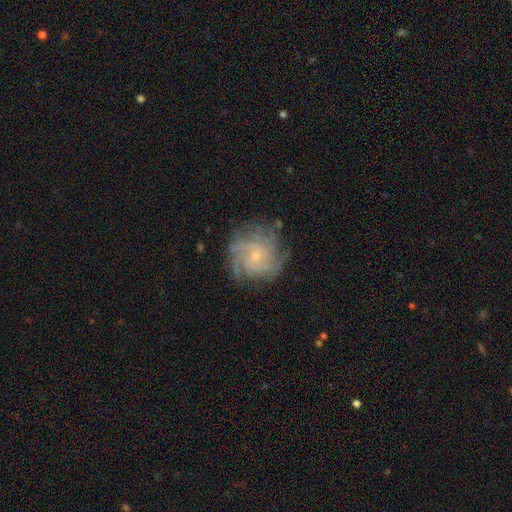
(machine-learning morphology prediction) Smooth or featured? featured or disk (83%)
Edge-on disk? no (98%)
Bar? no (73%)
Spiral arms? yes (96%)
Spiral winding? tight (60%)
Spiral arm count? 4 (30%)
Bulge size? small (79%)
Merging? none (75%)